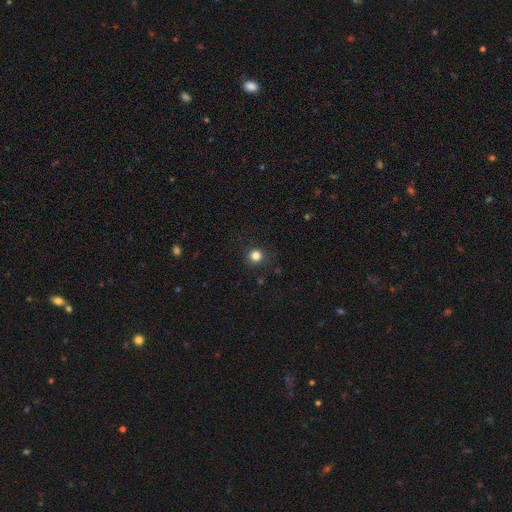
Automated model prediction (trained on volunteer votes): Smooth or featured: smooth — 83% (star or artifact — 13%)
How rounded: round — 94% (in between — 5%)
Merging: none — 91% (minor disturbance — 6%)